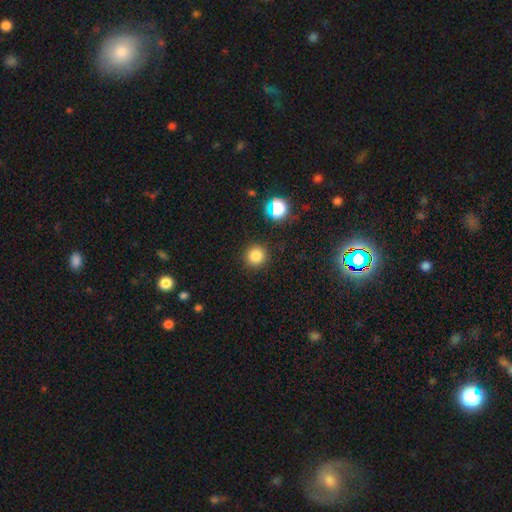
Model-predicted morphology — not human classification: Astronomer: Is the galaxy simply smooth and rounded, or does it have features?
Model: smooth — 81%.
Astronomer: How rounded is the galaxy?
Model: round — 93%.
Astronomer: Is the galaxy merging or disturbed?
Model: none — 90%.